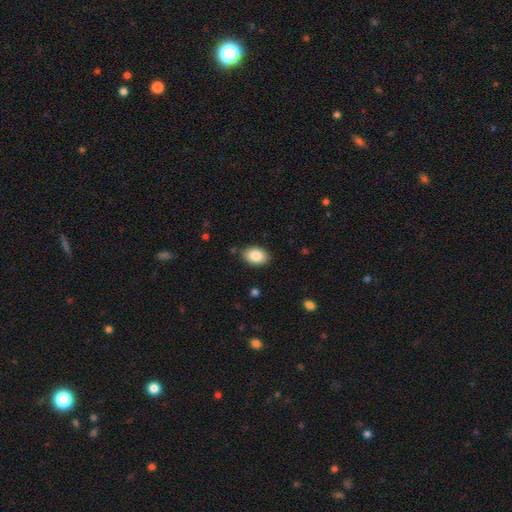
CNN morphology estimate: smooth-or-featured: smooth: 87% | star or artifact: 7% | featured or disk: 6%
  how-rounded: in between: 85% | round: 14% | cigar-shaped: 1%
  merging: none: 86% | minor disturbance: 10% | major disturbance: 2% | merger: 1%